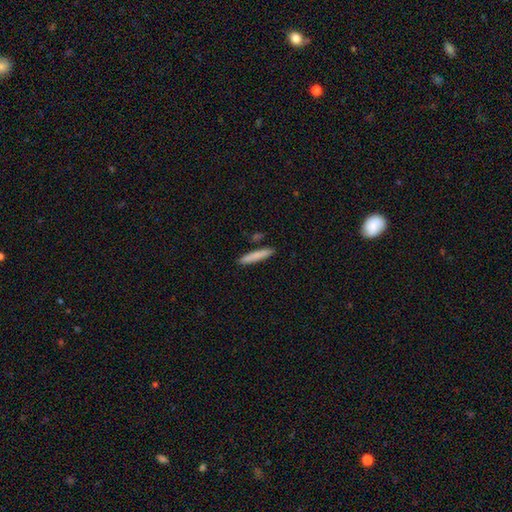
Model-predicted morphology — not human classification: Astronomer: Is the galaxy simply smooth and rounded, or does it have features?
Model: smooth — 82%.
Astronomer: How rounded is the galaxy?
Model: cigar-shaped — 91%.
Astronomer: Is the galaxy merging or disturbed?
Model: none — 87%.